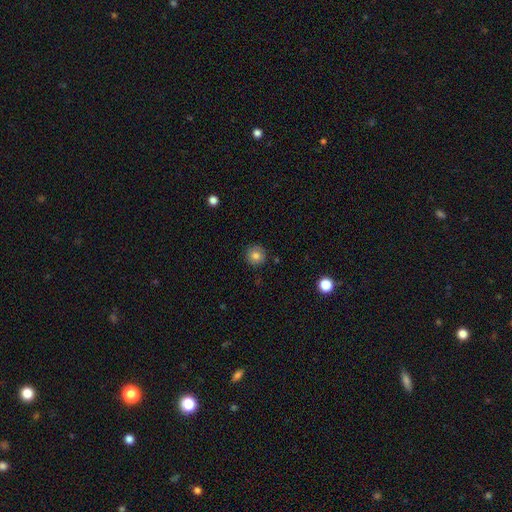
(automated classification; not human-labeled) Smooth or featured?
  - smooth: 80% *
  - star or artifact: 10%
  - featured or disk: 10%
How rounded?
  - round: 95% *
  - in between: 4%
  - cigar-shaped: 1%
Merging?
  - none: 90% *
  - minor disturbance: 7%
  - major disturbance: 2%
  - merger: 1%